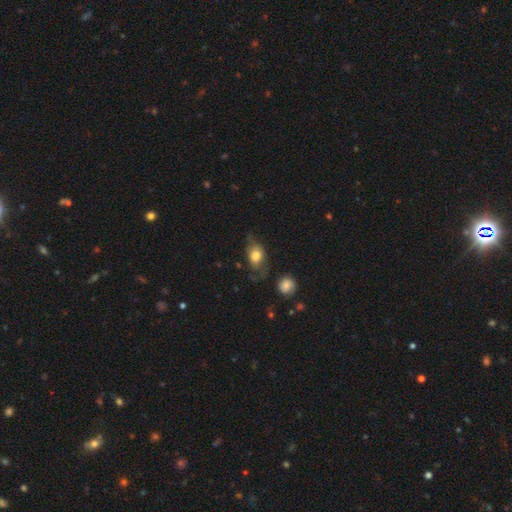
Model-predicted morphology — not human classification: Overall: smooth (69%). How rounded: in between (73%). Merging: none (50%; minor disturbance 29%).